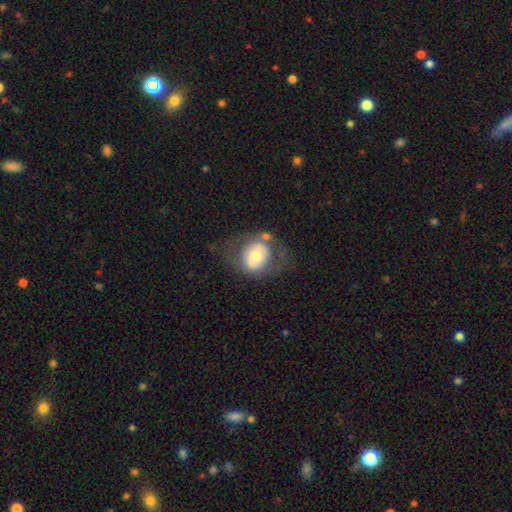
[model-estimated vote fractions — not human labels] smooth 52%, featured or disk 41%, star or artifact 7%. Down the decision tree: how rounded — round (61%); merging — none (57%).